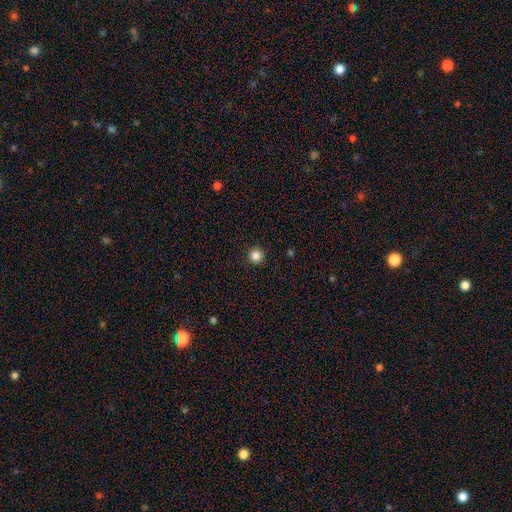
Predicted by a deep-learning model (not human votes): Smooth or featured: smooth — 85% (star or artifact — 12%)
How rounded: round — 96% (in between — 3%)
Merging: none — 93% (minor disturbance — 4%)